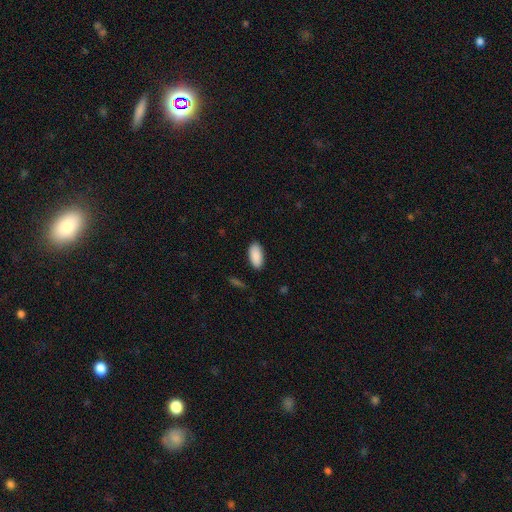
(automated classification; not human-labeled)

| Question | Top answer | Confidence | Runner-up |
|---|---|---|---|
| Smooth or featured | smooth | 91% | star or artifact (6%) |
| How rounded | in between | 93% | cigar-shaped (5%) |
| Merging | none | 88% | minor disturbance (9%) |